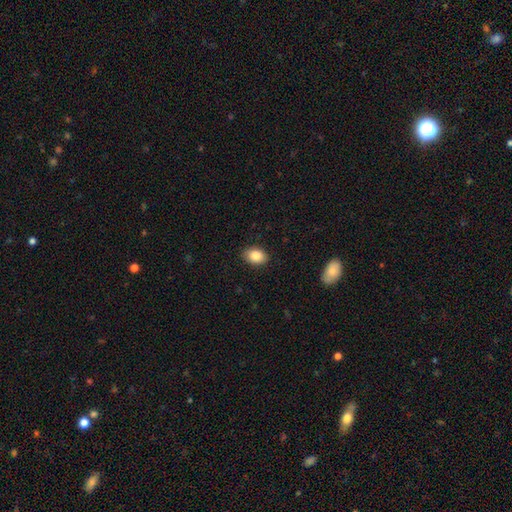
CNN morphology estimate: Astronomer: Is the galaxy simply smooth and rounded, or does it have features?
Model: smooth — 87%.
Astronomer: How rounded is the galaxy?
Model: in between — 81%.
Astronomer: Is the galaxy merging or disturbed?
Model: none — 88%.